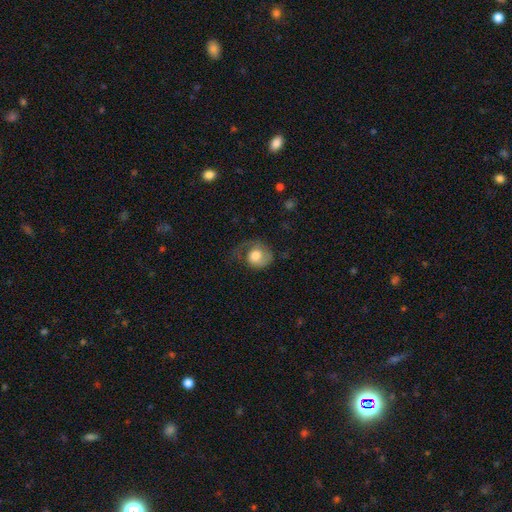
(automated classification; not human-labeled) A smooth galaxy with no disk features (52%) that is round (69%).

Vote fractions:
- Smooth or featured? smooth: 52% / featured or disk: 40% / star or artifact: 7%
- How rounded? round: 69% / in between: 30% / cigar-shaped: 1%
- Merging? major disturbance: 39% / none: 36% / minor disturbance: 23% / merger: 2%